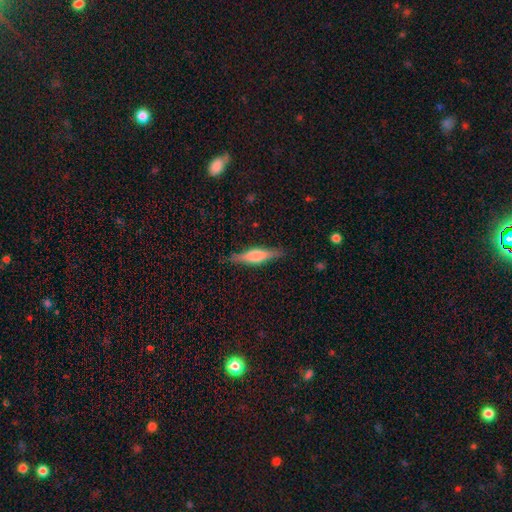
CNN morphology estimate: The model was most divided on "smooth or featured": smooth: 48%, featured or disk: 46%, star or artifact: 6%. More confident: merging — none (85%).